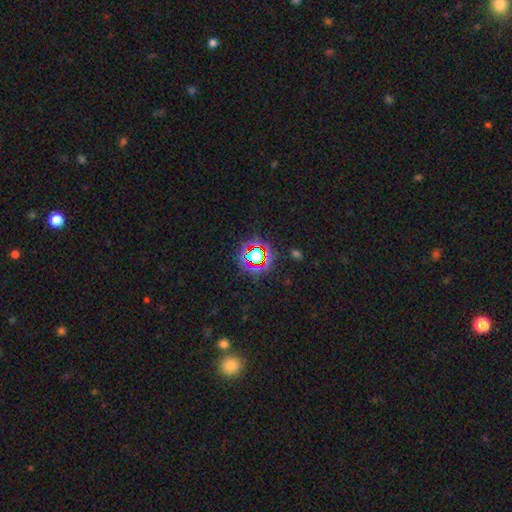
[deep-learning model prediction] star or artifact 68%, smooth 21%, featured or disk 11%.